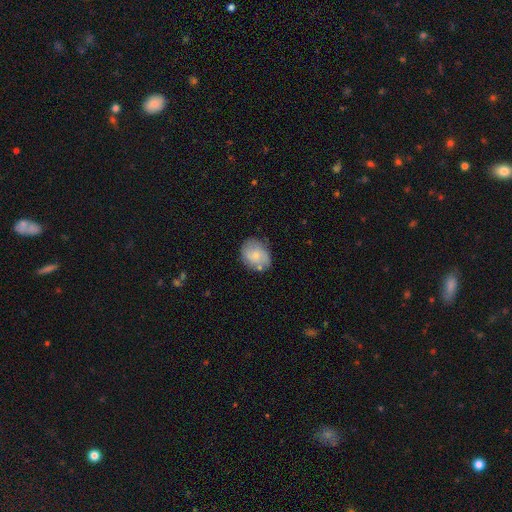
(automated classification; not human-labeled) This is likely a smooth galaxy (71%). How rounded: possibly in between (53%). Merging: likely none (69%).